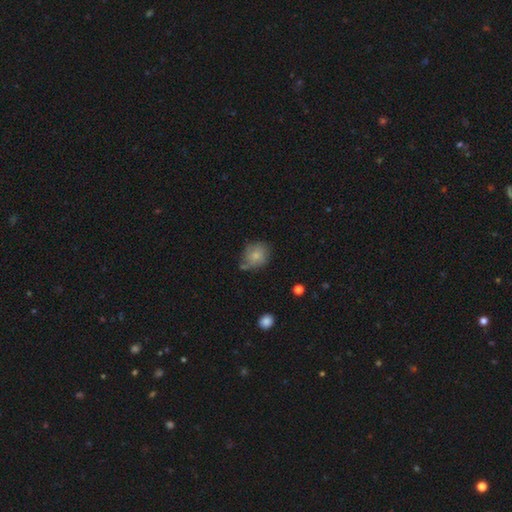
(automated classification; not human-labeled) smooth 78%, featured or disk 14%, star or artifact 9%. Down the decision tree: how rounded — round (70%); merging — none (58%).